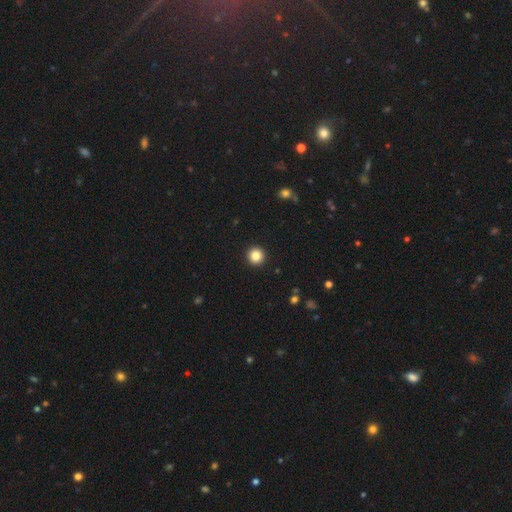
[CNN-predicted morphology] The model was most divided on "smooth or featured": smooth: 85%, star or artifact: 10%, featured or disk: 4%. More confident: how rounded — round (96%); merging — none (94%).